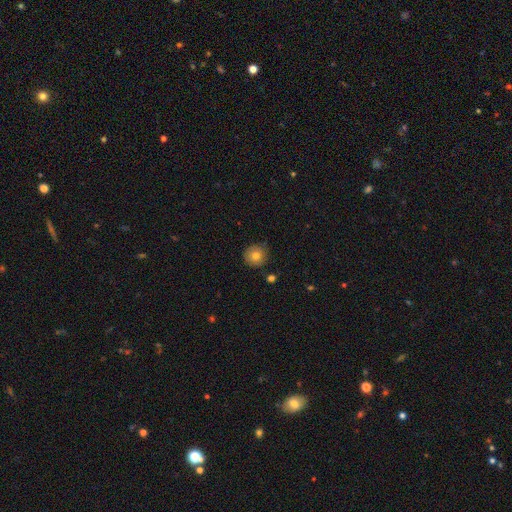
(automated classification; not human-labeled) Smooth or featured?
  - smooth: 76% *
  - featured or disk: 13%
  - star or artifact: 11%
How rounded?
  - round: 94% *
  - in between: 5%
  - cigar-shaped: 1%
Merging?
  - none: 84% *
  - minor disturbance: 12%
  - major disturbance: 2%
  - merger: 2%